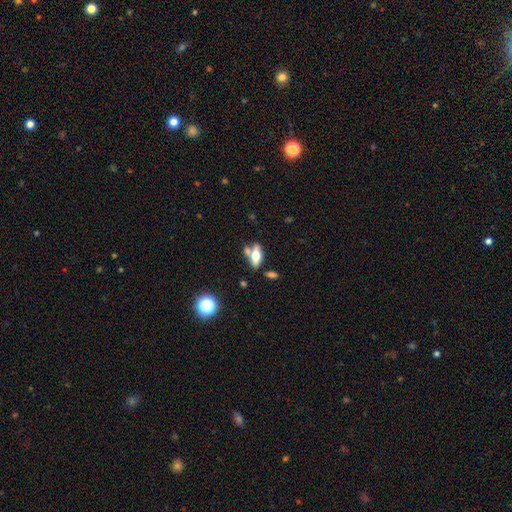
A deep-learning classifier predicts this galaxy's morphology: This is possibly a smooth galaxy (51%). How rounded: likely in between (70%). Merging: likely none (60%).